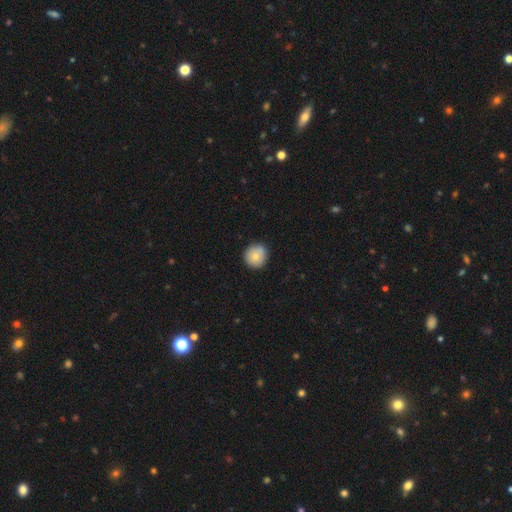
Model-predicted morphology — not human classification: Smooth or featured? smooth (77%)
How rounded? round (93%)
Merging? none (87%)